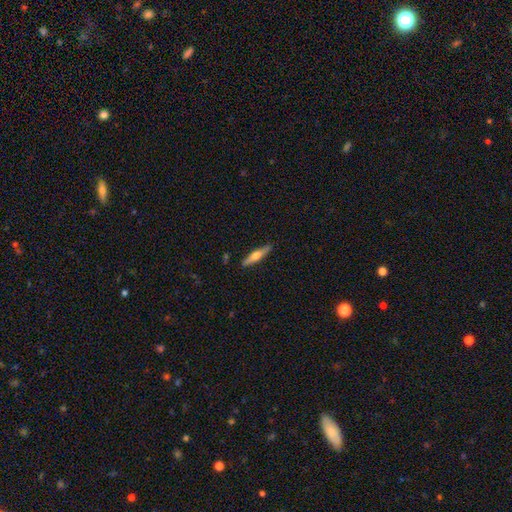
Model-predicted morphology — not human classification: smooth_or_featured: featured or disk (p=0.57) [alt: smooth p=0.37]
disk_edge_on: yes (p=0.97) [alt: no p=0.03]
edge_on_bulge: rounded (p=0.89) [alt: boxy p=0.06]
merging: none (p=0.89) [alt: minor disturbance p=0.08]